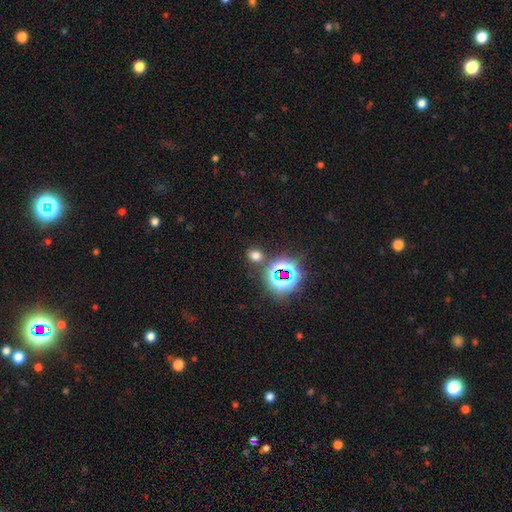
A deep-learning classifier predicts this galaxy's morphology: smooth_or_featured: smooth (p=0.60) [alt: star or artifact p=0.33]
how_rounded: round (p=0.55) [alt: in between p=0.43]
merging: none (p=0.79) [alt: minor disturbance p=0.10]